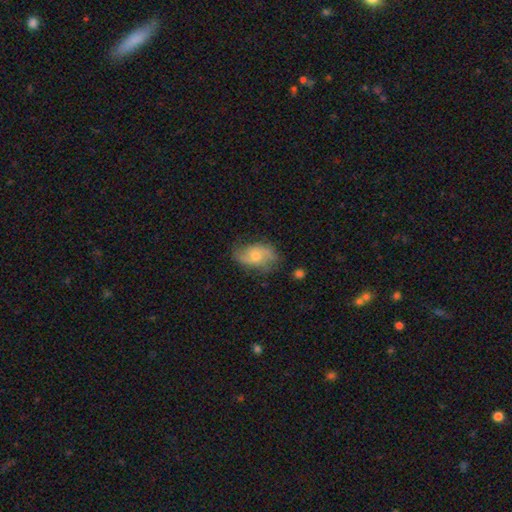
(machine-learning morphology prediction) Overall: featured or disk (55%; smooth 37%). Edge-on disk: no (95%). Bar: no (71%). Spiral arms: yes (82%). Bulge size: moderate (49%; small 44%). Merging: none (62%; minor disturbance 26%).